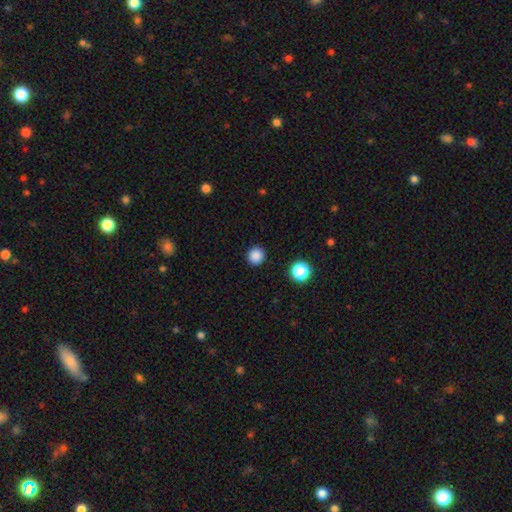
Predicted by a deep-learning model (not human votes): This appears to be a smooth galaxy with no disk features (86%) that is round (93%). Merging: none (92%).